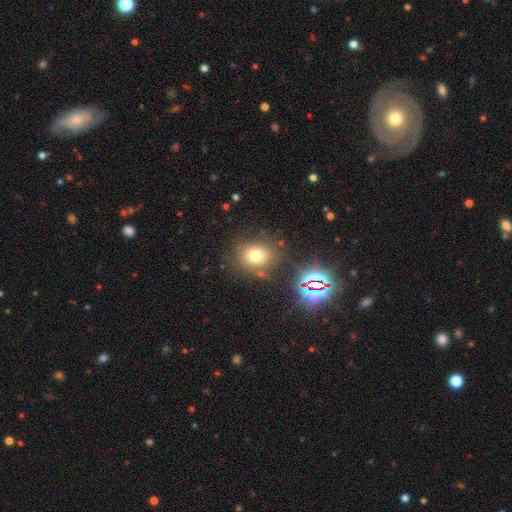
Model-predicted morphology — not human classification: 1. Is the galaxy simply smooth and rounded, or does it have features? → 70% smooth, 20% star or artifact, 10% featured or disk.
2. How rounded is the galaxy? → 66% round, 33% in between, 1% cigar-shaped.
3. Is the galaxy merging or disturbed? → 76% none, 12% minor disturbance, 7% merger, 5% major disturbance.